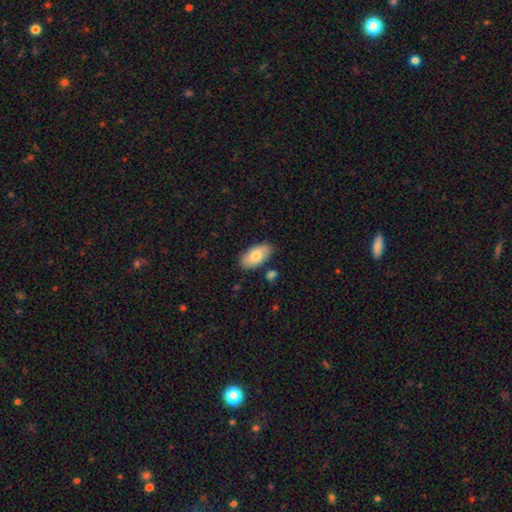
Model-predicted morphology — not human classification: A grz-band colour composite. It shows a smooth galaxy with no disk features (77%) that is in between round and cigar-shaped (94%). Merging: none (81%).